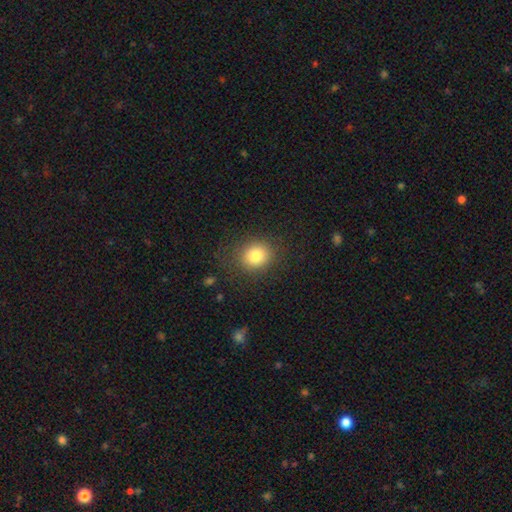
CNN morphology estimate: Overall: smooth (82%). How rounded: round (74%). Merging: none (84%).